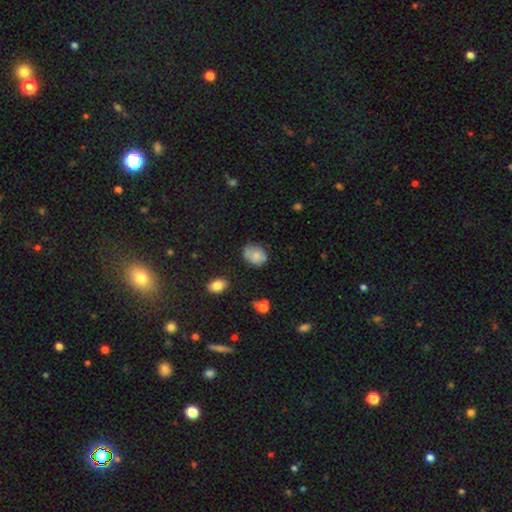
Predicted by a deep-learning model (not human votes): The model was most divided on "how rounded": in between: 55%, round: 44%, cigar-shaped: 1%. More confident: smooth or featured — smooth (71%); merging — none (62%).